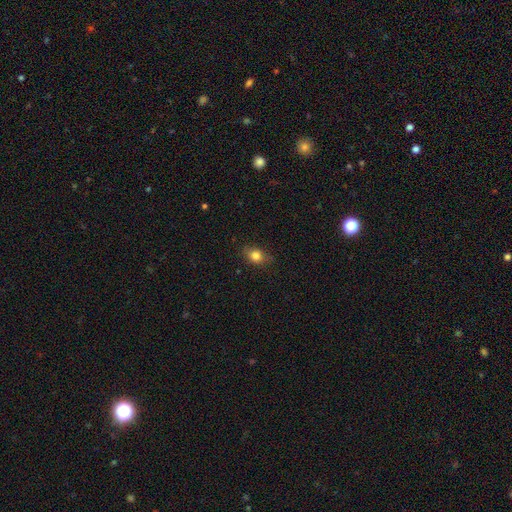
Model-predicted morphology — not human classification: A smooth galaxy with no disk features (82%) that is in between round and cigar-shaped (59%). Merging: none (80%).